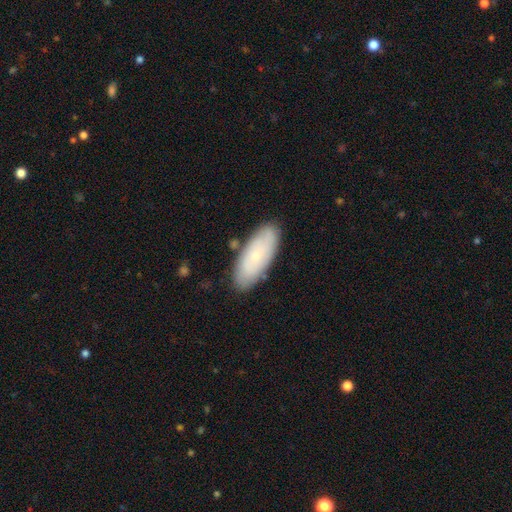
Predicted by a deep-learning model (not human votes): Overall: smooth (60%; featured or disk 33%). How rounded: in between (79%). Merging: none (82%).